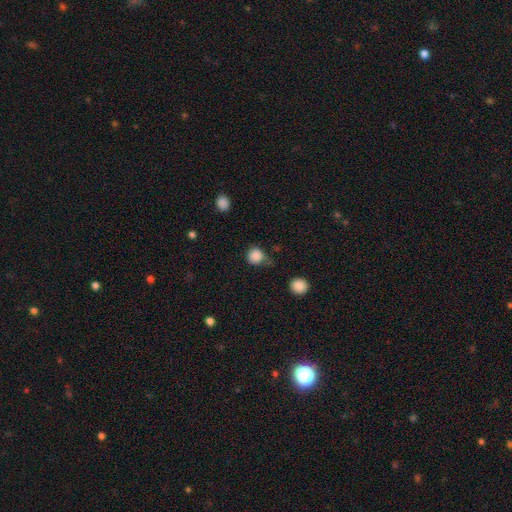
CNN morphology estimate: This appears to be a smooth galaxy with no disk features (85%) that is round (88%). Merging: none (61%).